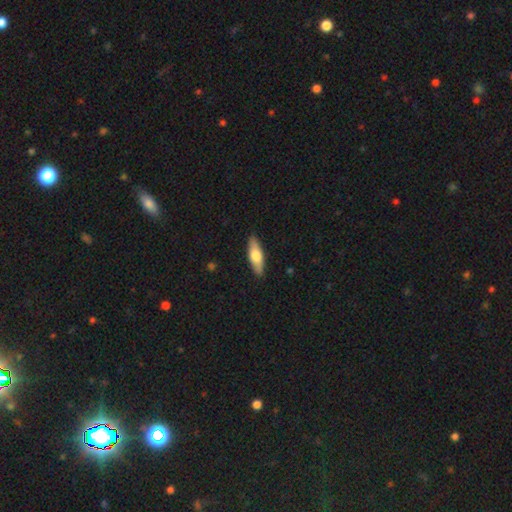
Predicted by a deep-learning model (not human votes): Q: Smooth or featured?
A: smooth (62%); runner-up: featured or disk (33%)
Q: How rounded?
A: in between (52%); runner-up: cigar-shaped (45%)
Q: Merging?
A: none (89%); runner-up: minor disturbance (8%)